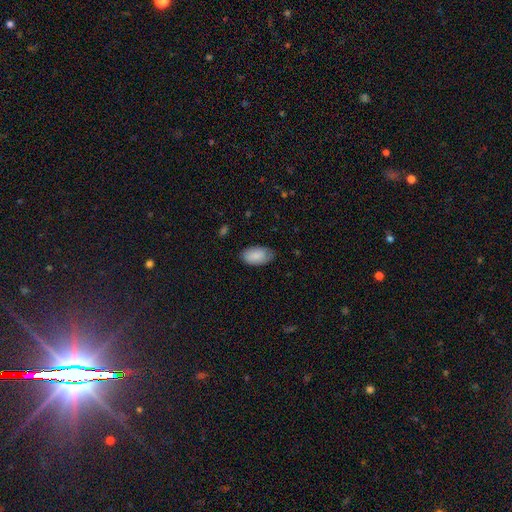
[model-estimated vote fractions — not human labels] The model was most divided on "merging": none: 77%, minor disturbance: 19%, major disturbance: 4%, merger: 1%. More confident: how rounded — in between (95%); smooth or featured — smooth (87%).